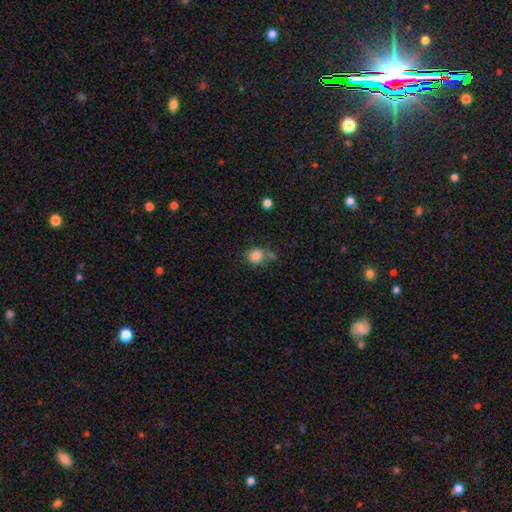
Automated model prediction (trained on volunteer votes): A smooth galaxy with no disk features (84%) that is round (77%). Merging: none (58%).